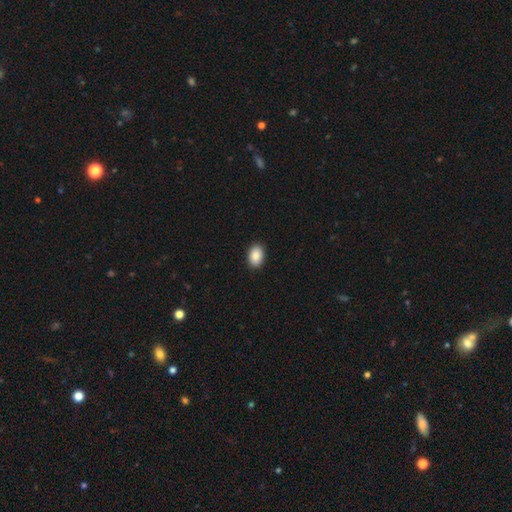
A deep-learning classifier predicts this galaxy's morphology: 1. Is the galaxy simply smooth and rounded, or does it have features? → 88% smooth, 7% star or artifact, 5% featured or disk.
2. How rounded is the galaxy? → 83% in between, 16% round, 1% cigar-shaped.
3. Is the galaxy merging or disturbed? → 90% none, 7% minor disturbance, 2% major disturbance, 1% merger.